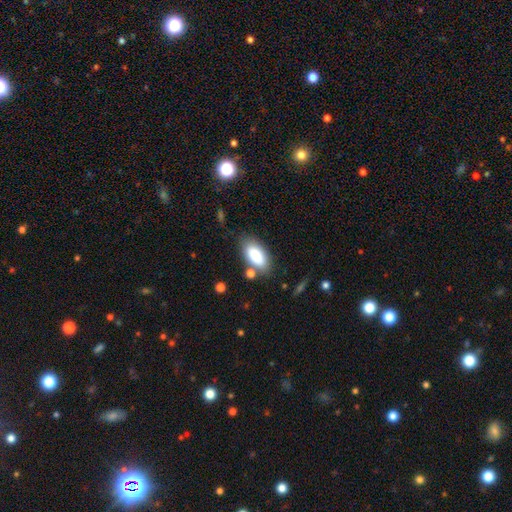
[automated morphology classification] A smooth galaxy with no disk features (86%) that is in between round and cigar-shaped (93%).

Vote fractions:
- Smooth or featured? smooth: 86% / featured or disk: 8% / star or artifact: 7%
- How rounded? in between: 93% / cigar-shaped: 4% / round: 3%
- Merging? none: 73% / minor disturbance: 15% / merger: 8% / major disturbance: 4%